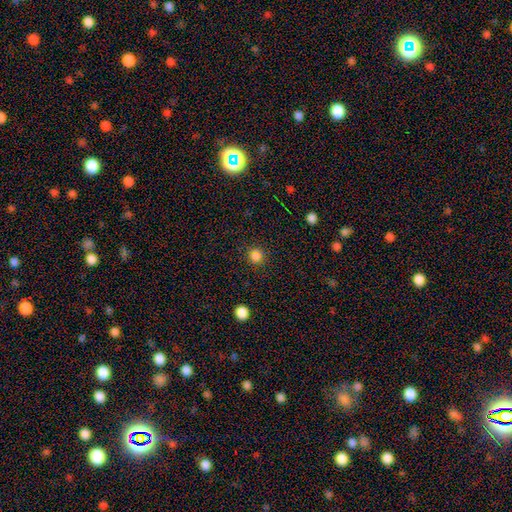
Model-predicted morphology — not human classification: This is clearly a smooth galaxy (83%). How rounded: clearly round (91%). Merging: clearly none (89%).